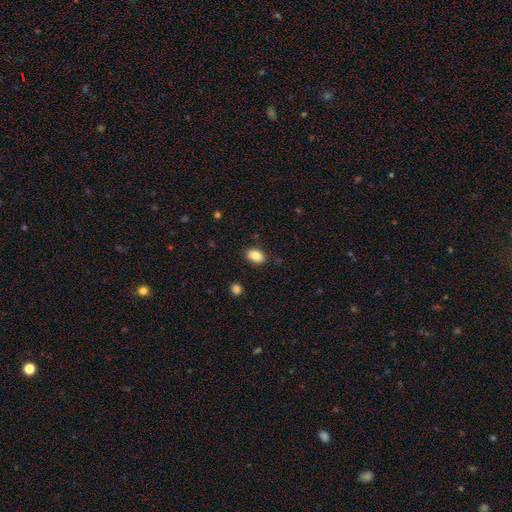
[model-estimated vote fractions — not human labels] Smooth or featured? Predicted: smooth (p=0.88). How rounded? Predicted: in between (p=0.84). Merging? Predicted: none (p=0.82).